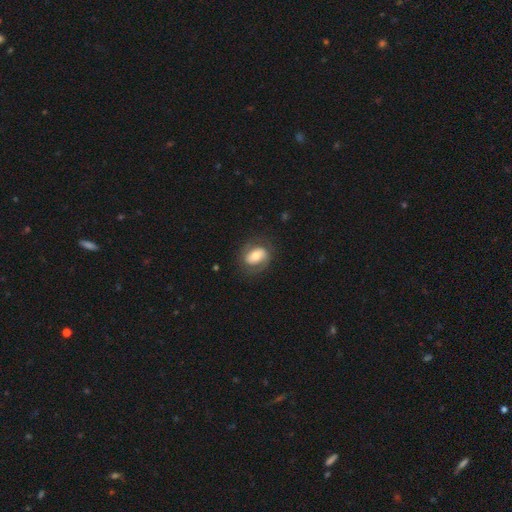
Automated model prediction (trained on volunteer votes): This is possibly a smooth galaxy (48%). Merging: likely none (73%).